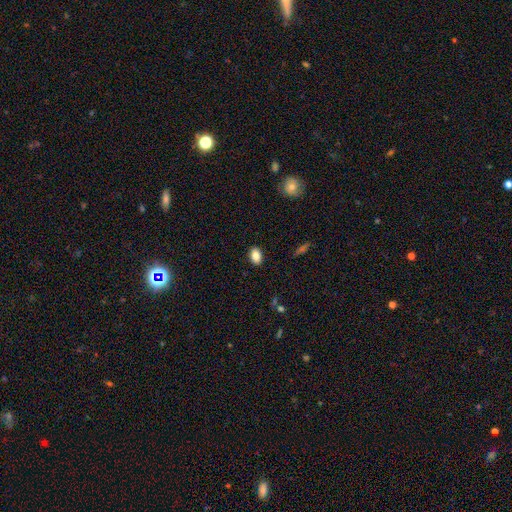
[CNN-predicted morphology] smooth 86%, star or artifact 8%, featured or disk 6%. Down the decision tree: how rounded — in between (87%); merging — none (89%).